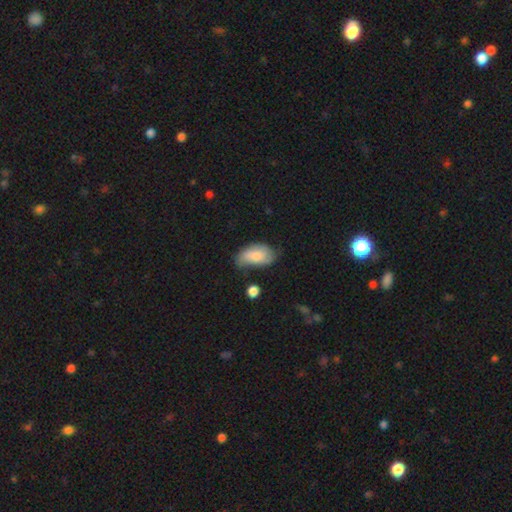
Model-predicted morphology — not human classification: This is likely a smooth galaxy (72%). How rounded: clearly in between (93%). Merging: possibly none (50%).